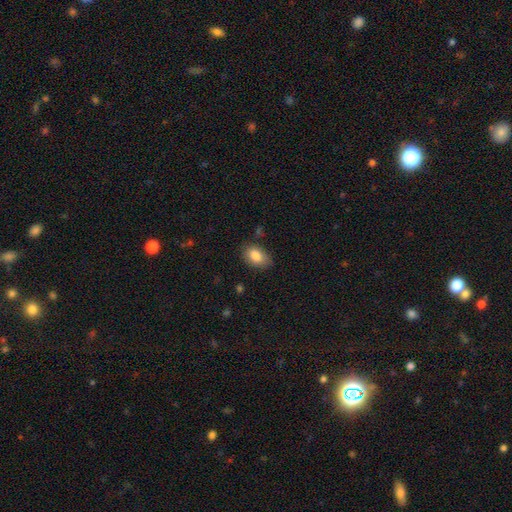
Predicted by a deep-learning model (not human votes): This appears to be a smooth galaxy with no disk features (84%) that is in between round and cigar-shaped (86%). Merging: none (76%).